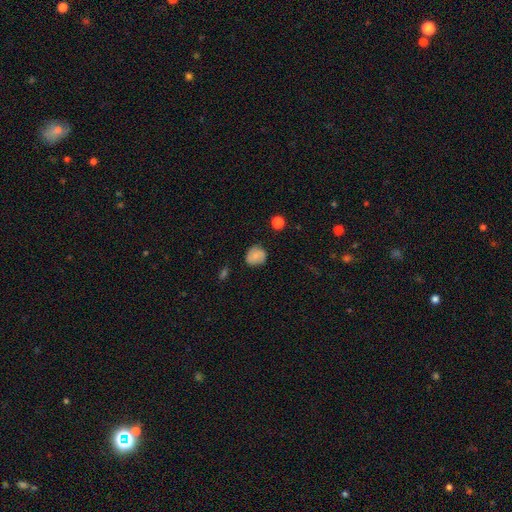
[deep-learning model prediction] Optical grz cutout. It shows a smooth galaxy with no disk features (72%) that is round (79%). Merging: none (75%).